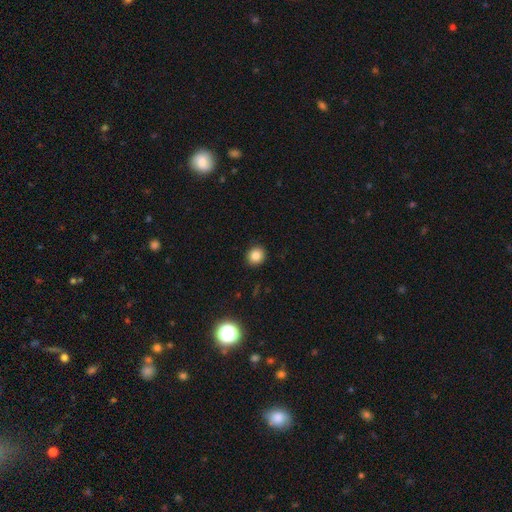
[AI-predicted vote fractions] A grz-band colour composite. It shows a smooth galaxy with no disk features (83%) that is round (84%). Merging: none (92%).